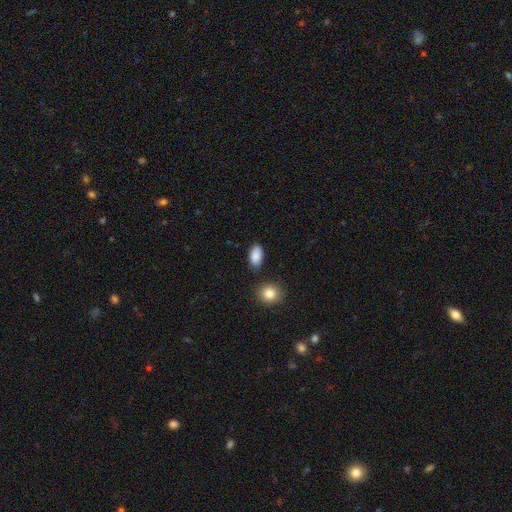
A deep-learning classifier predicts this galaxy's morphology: The model was most divided on "merging": none: 82%, minor disturbance: 12%, merger: 3%, major disturbance: 3%. More confident: how rounded — in between (92%); smooth or featured — smooth (89%).